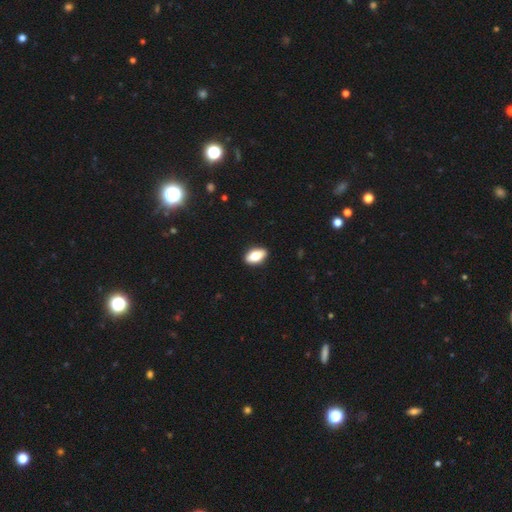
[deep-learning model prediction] smooth 74%, featured or disk 19%, star or artifact 7%. Down the decision tree: how rounded — in between (89%); merging — none (89%).